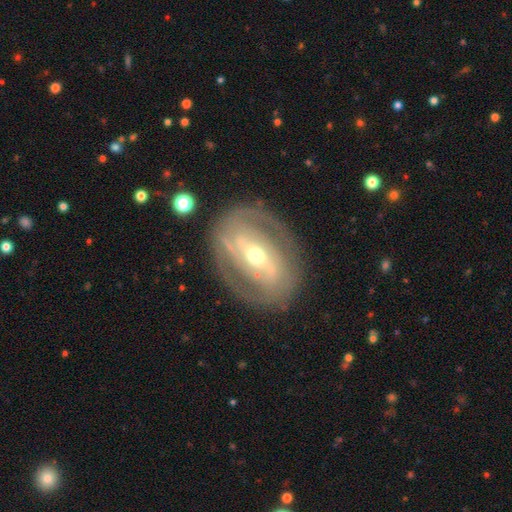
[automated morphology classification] Overall: featured or disk (81%). Edge-on disk: no (94%). Bar: strong (48%; weak 32%). Spiral arms: yes (78%). Spiral arm count: 2 (60%; can't tell 23%). Spiral winding: tight (58%; medium 31%). Bulge size: moderate (60%; small 33%). Merging: none (79%).